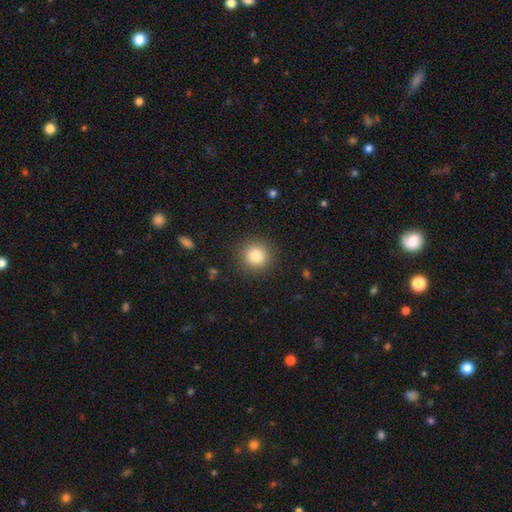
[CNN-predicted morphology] A smooth galaxy with no disk features (82%) that is round (94%). Merging: none (90%).